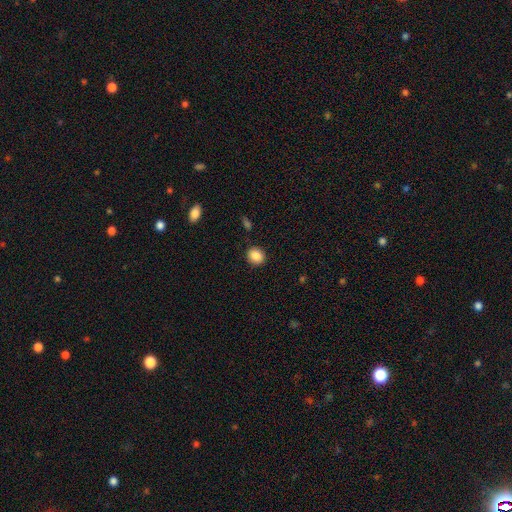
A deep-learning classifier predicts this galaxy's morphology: Smooth or featured?
  - smooth: 88% *
  - star or artifact: 9%
  - featured or disk: 4%
How rounded?
  - round: 71% *
  - in between: 28%
  - cigar-shaped: 1%
Merging?
  - none: 88% *
  - minor disturbance: 8%
  - major disturbance: 2%
  - merger: 1%